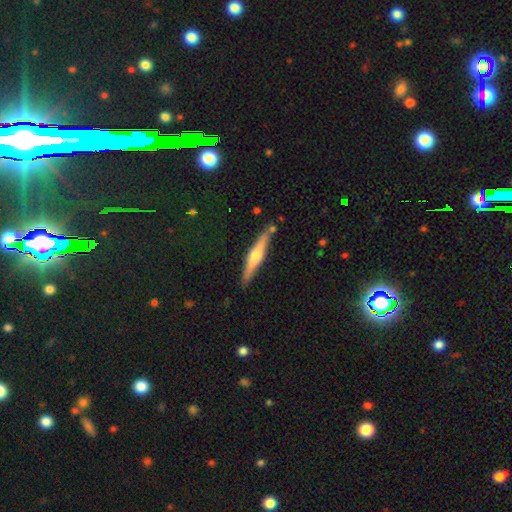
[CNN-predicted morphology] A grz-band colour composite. It shows a featured or disk galaxy (57%) viewed edge-on (95%) with a rounded central bulge (87%). Merging: none (83%).